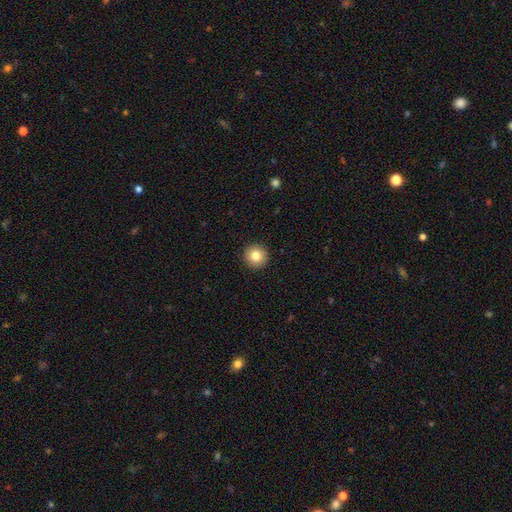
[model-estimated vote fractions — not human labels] A smooth galaxy with no disk features (81%) that is round (96%).

Vote fractions:
- Smooth or featured? smooth: 81% / star or artifact: 10% / featured or disk: 9%
- How rounded? round: 96% / in between: 3% / cigar-shaped: 1%
- Merging? none: 93% / minor disturbance: 4% / major disturbance: 1% / merger: 1%